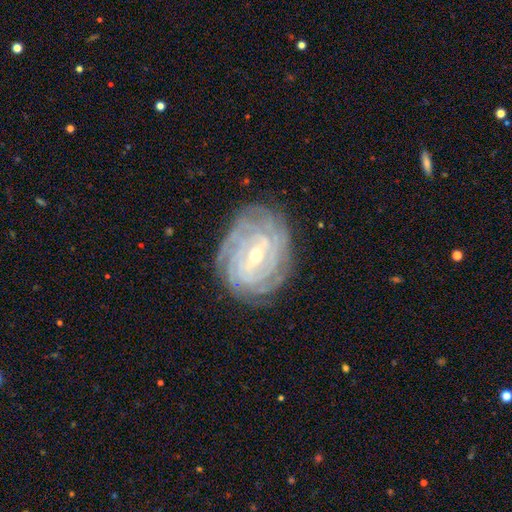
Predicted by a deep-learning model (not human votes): This appears to be a featured or disk galaxy (90%) with a weak bar (48%), tight (84%) spiral arms (97%) and a small central bulge (59%). Merging: none (81%).